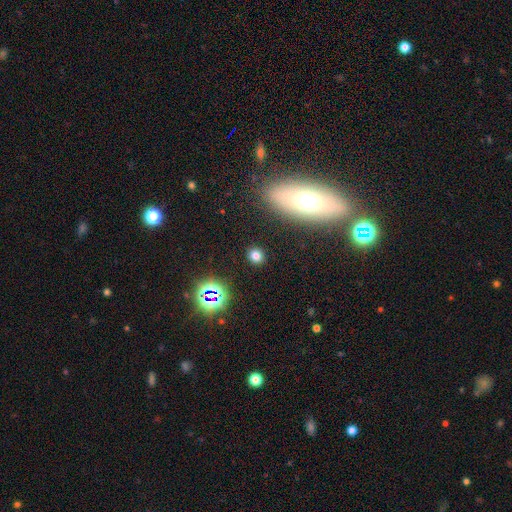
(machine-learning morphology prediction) smooth-or-featured: smooth: 74% | star or artifact: 19% | featured or disk: 7%
  how-rounded: round: 76% | in between: 22% | cigar-shaped: 2%
  merging: none: 90% | minor disturbance: 6% | major disturbance: 2% | merger: 2%